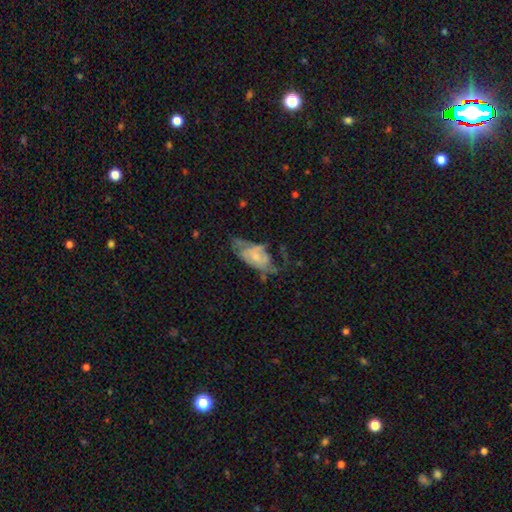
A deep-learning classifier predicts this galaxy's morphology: This appears to be a featured or disk galaxy (60%) with no bar (71%), spiral arms (64%) and a small central bulge (56%). Merging: major disturbance (37%).